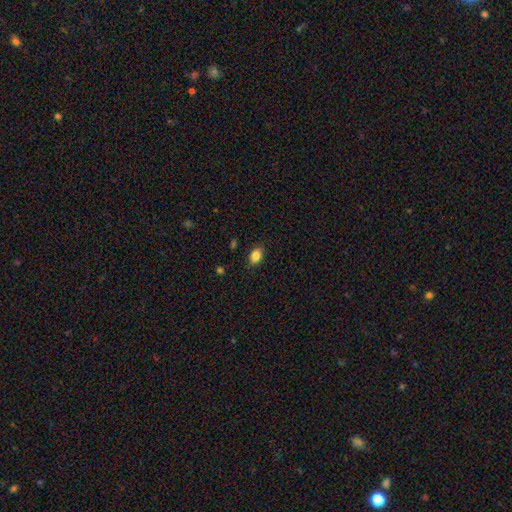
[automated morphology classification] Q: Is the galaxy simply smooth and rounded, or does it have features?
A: smooth — 85%.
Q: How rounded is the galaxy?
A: in between — 81%.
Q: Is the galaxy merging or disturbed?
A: none — 85%.